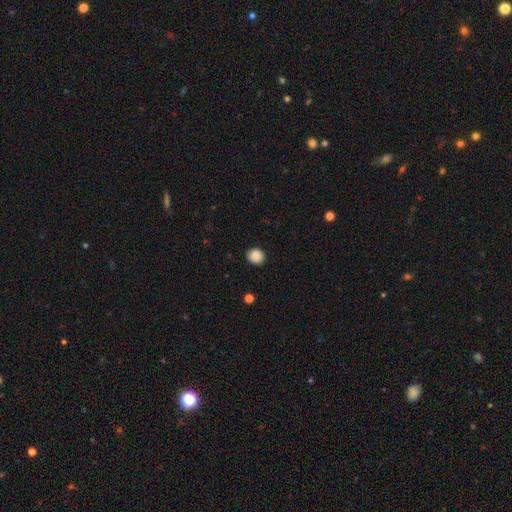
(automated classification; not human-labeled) Smooth or featured? smooth (88%)
How rounded? round (83%)
Merging? none (90%)